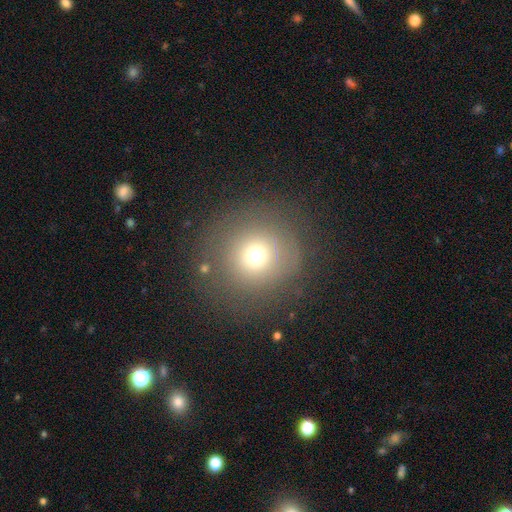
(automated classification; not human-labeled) Smooth or featured? Predicted: smooth (p=0.68). How rounded? Predicted: round (p=0.93). Merging? Predicted: none (p=0.80).